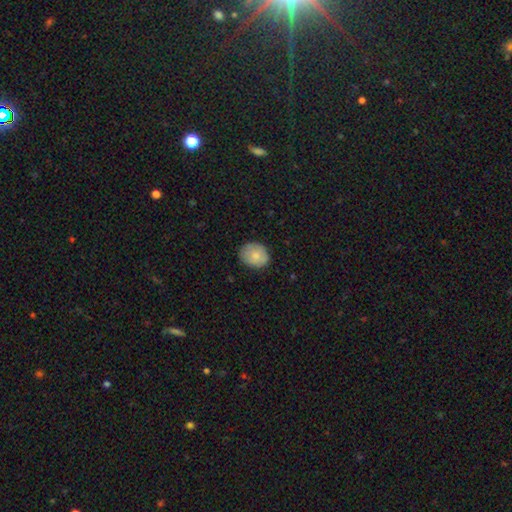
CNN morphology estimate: type=smooth (82%); roundness=round (61%); merging=none (81%).